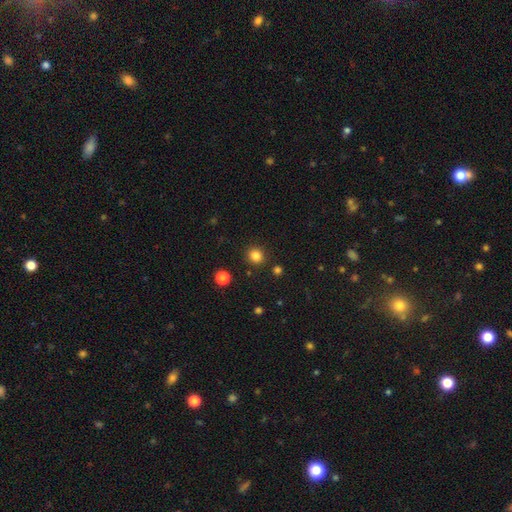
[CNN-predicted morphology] Overall: smooth (83%). How rounded: round (90%). Merging: none (90%).